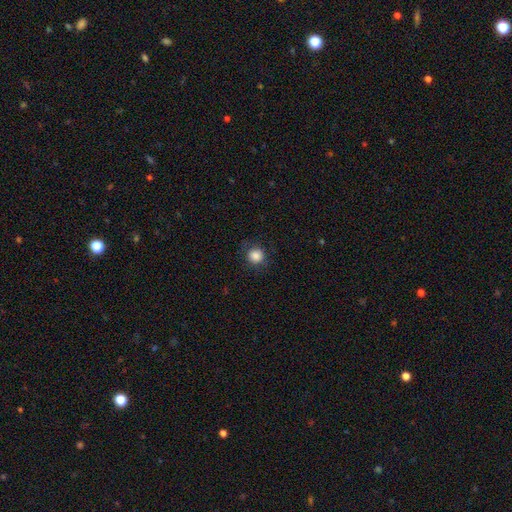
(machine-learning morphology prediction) smooth-or-featured: smooth: 86% | star or artifact: 10% | featured or disk: 4%
  how-rounded: round: 92% | in between: 7% | cigar-shaped: 1%
  merging: none: 85% | minor disturbance: 10% | major disturbance: 4% | merger: 1%